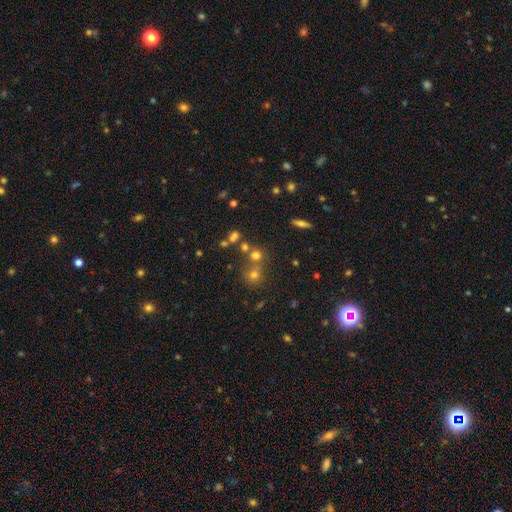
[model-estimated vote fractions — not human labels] A smooth galaxy with no disk features (62%) that is round (83%).

Vote fractions:
- Smooth or featured? smooth: 62% / star or artifact: 25% / featured or disk: 13%
- How rounded? round: 83% / in between: 15% / cigar-shaped: 2%
- Merging? none: 57% / merger: 32% / minor disturbance: 8% / major disturbance: 4%